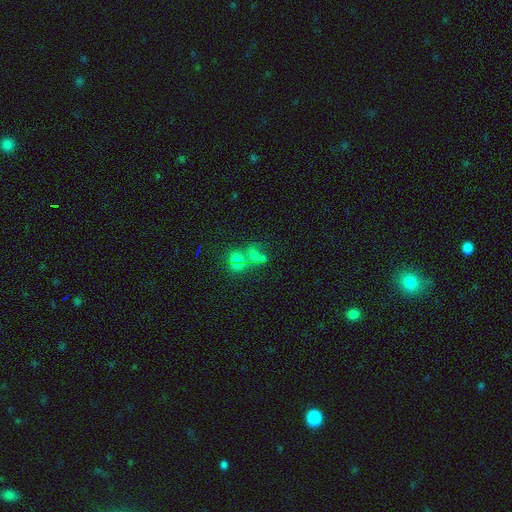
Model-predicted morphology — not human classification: Smooth or featured?
  - smooth: 50% *
  - featured or disk: 25%
  - star or artifact: 25%
Merging?
  - merger: 56% *
  - none: 26%
  - major disturbance: 10%
  - minor disturbance: 9%